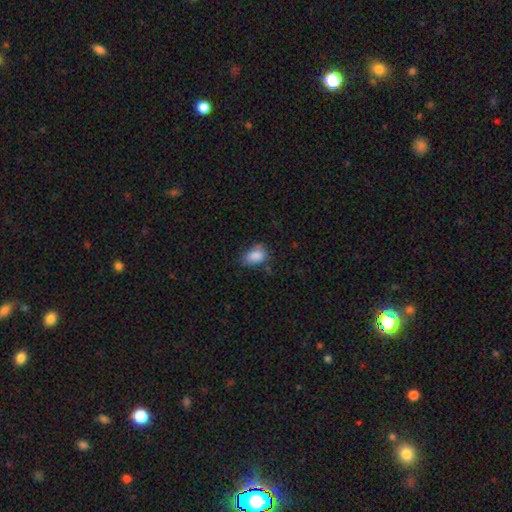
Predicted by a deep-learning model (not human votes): A smooth galaxy with no disk features (86%) that is in between round and cigar-shaped (85%). Merging: none (59%).